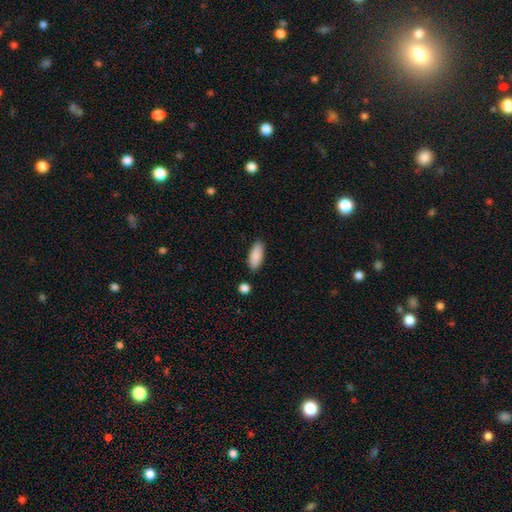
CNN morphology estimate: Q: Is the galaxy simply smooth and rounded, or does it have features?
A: smooth — 89%.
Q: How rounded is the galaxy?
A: in between — 81%.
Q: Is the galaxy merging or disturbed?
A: none — 84%.